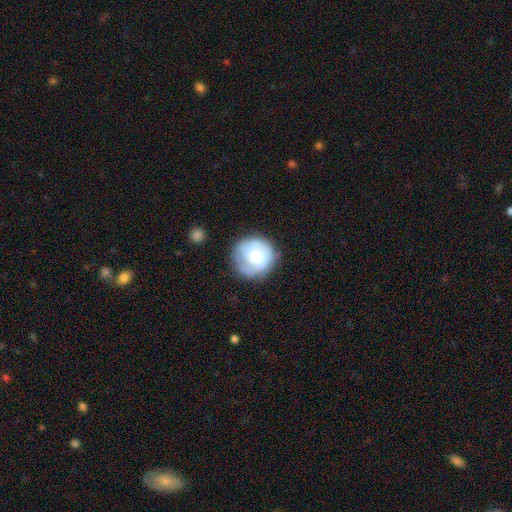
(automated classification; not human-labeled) Q: Smooth or featured?
A: smooth (57%); runner-up: featured or disk (36%)
Q: How rounded?
A: round (91%); runner-up: in between (8%)
Q: Merging?
A: none (70%); runner-up: minor disturbance (20%)